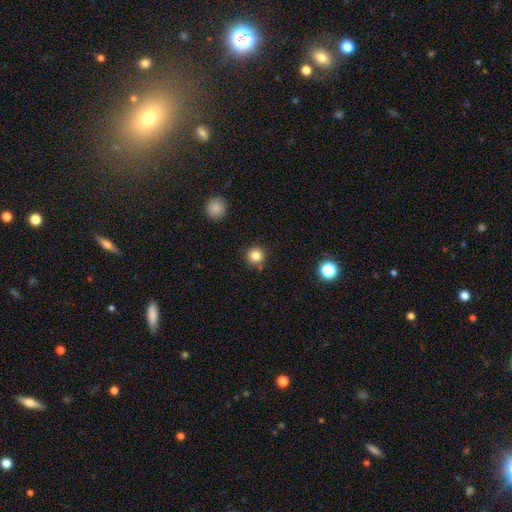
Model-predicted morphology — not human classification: smooth 83%, star or artifact 12%, featured or disk 5%. Down the decision tree: how rounded — round (94%); merging — none (85%).